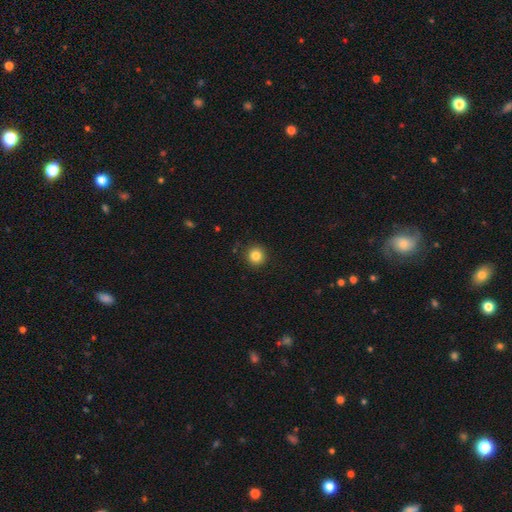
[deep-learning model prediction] smooth-or-featured: smooth: 84% | star or artifact: 11% | featured or disk: 5%
  how-rounded: round: 94% | in between: 5% | cigar-shaped: 1%
  merging: none: 91% | minor disturbance: 6% | major disturbance: 2% | merger: 1%